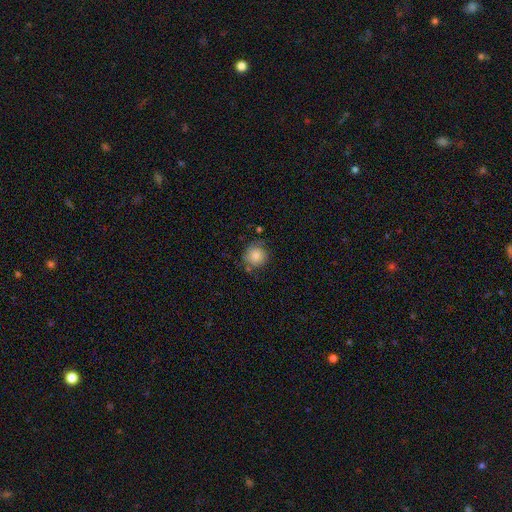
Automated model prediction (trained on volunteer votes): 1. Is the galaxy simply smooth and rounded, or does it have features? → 81% smooth, 10% featured or disk, 9% star or artifact.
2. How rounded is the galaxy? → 91% round, 8% in between, 1% cigar-shaped.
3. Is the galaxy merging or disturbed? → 72% none, 18% minor disturbance, 5% major disturbance, 5% merger.